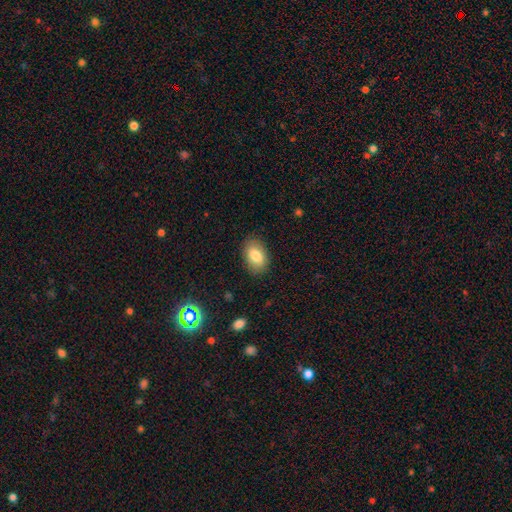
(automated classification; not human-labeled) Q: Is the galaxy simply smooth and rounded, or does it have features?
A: smooth — 82%.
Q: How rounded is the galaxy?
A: in between — 91%.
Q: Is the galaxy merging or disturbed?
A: none — 85%.